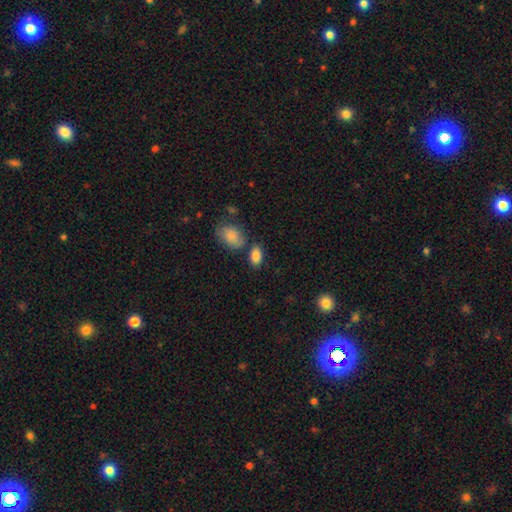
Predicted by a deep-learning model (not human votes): Smooth or featured? smooth (87%)
How rounded? in between (90%)
Merging? none (71%)